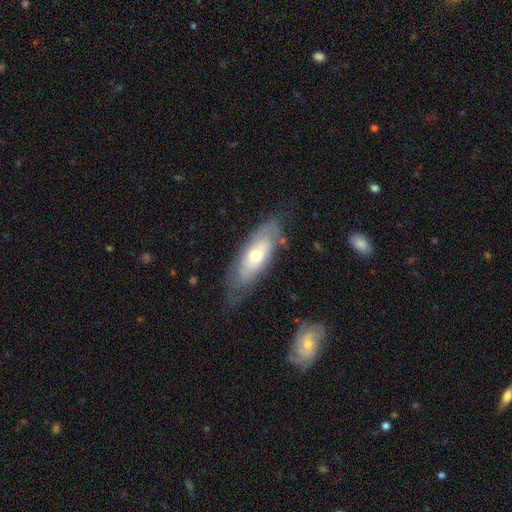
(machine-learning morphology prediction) A featured or disk galaxy (51%).

Vote fractions:
- Smooth or featured? featured or disk: 51% / smooth: 42% / star or artifact: 6%
- Edge-on disk? no: 77% / yes: 23%
- Merging? none: 64% / minor disturbance: 24% / major disturbance: 9% / merger: 2%